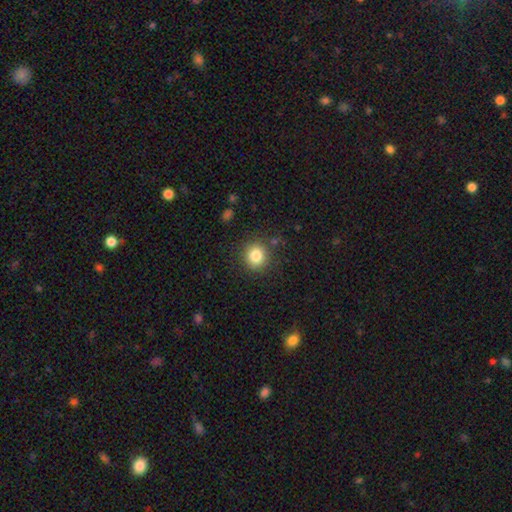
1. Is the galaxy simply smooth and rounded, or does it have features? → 87% smooth, 8% featured or disk, 5% star or artifact.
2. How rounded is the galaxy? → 97% round, 3% in between, 0% cigar-shaped.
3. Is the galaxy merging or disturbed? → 89% none, 8% minor disturbance, 3% major disturbance, 0% merger.